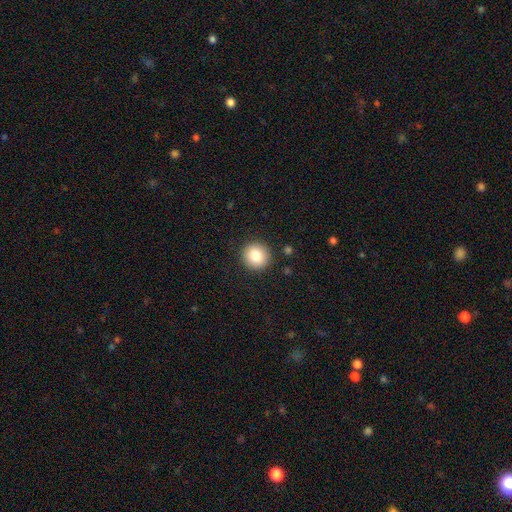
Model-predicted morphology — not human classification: The model was most divided on "smooth or featured": smooth: 83%, star or artifact: 9%, featured or disk: 8%. More confident: how rounded — round (92%); merging — none (91%).